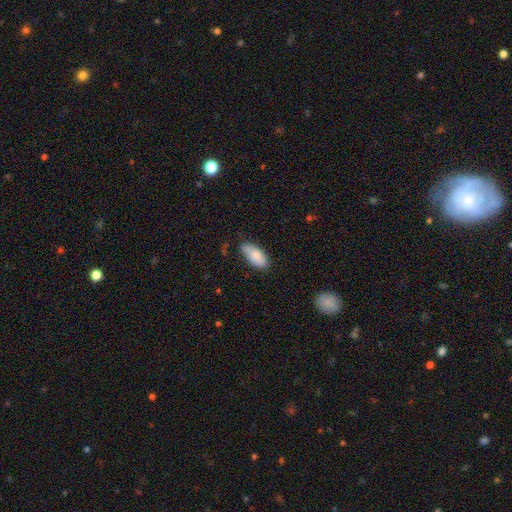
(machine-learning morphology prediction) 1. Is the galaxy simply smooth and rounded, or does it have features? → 80% smooth, 14% featured or disk, 6% star or artifact.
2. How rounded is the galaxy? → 90% in between, 8% cigar-shaped, 2% round.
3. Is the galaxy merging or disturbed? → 68% none, 26% minor disturbance, 4% major disturbance, 2% merger.